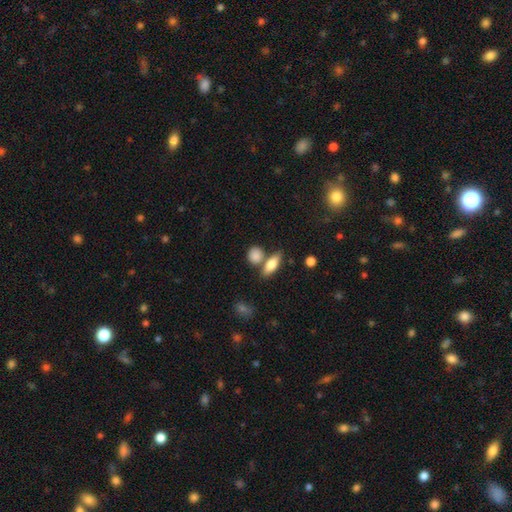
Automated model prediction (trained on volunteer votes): A smooth galaxy with no disk features (84%) that is in between round and cigar-shaped (46%). Merging: none (61%).